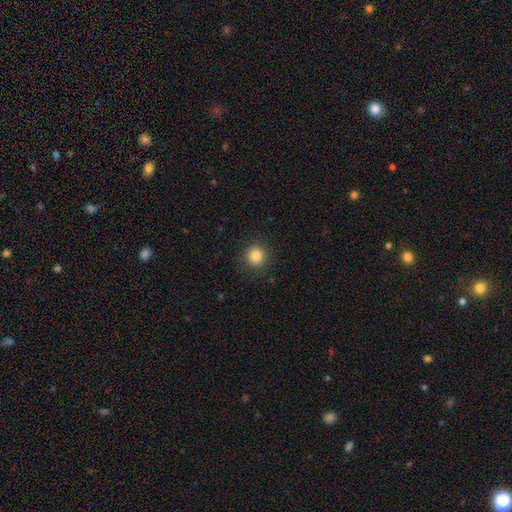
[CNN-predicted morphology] smooth 84%, star or artifact 11%, featured or disk 5%. Down the decision tree: how rounded — round (93%); merging — none (90%).